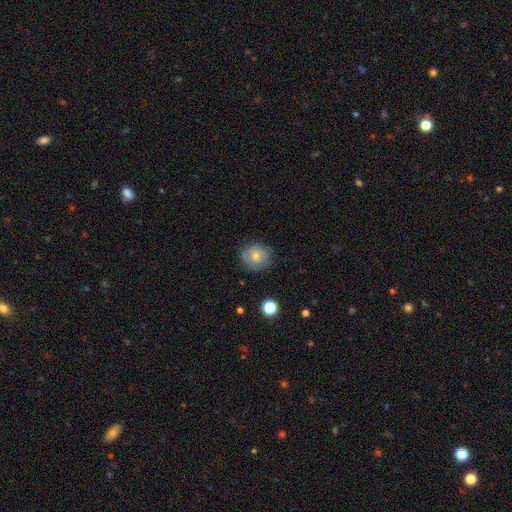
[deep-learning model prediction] Q: Smooth or featured?
A: smooth (61%); runner-up: featured or disk (28%)
Q: How rounded?
A: round (85%); runner-up: in between (14%)
Q: Merging?
A: none (81%); runner-up: minor disturbance (14%)